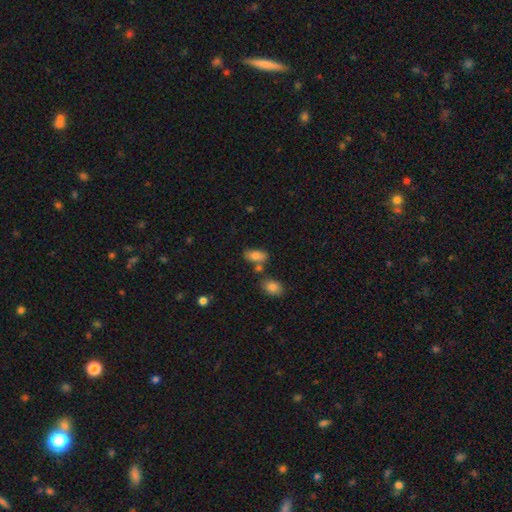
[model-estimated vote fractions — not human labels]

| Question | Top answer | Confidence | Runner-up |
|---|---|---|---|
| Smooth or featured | smooth | 81% | featured or disk (10%) |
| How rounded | in between | 90% | round (6%) |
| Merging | none | 62% | merger (18%) |